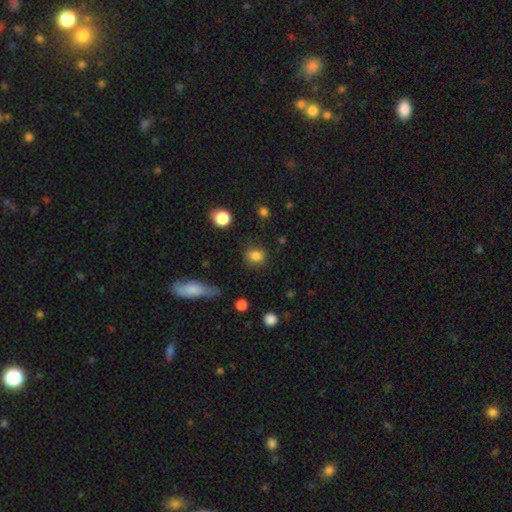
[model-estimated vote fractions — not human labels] Overall: smooth (84%). How rounded: round (62%; in between 36%). Merging: none (83%).